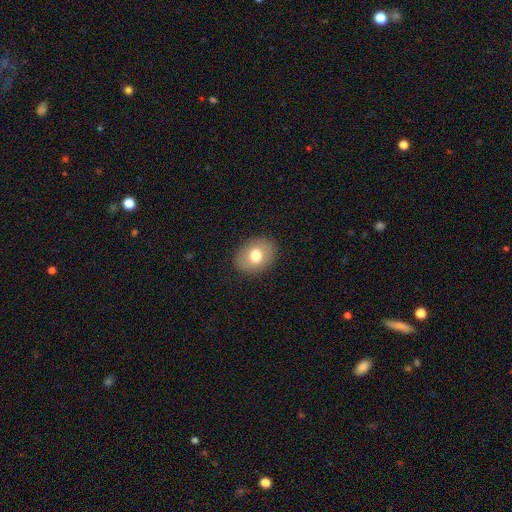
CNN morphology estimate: smooth 75%, featured or disk 17%, star or artifact 9%. Down the decision tree: how rounded — in between (57%); merging — none (88%).